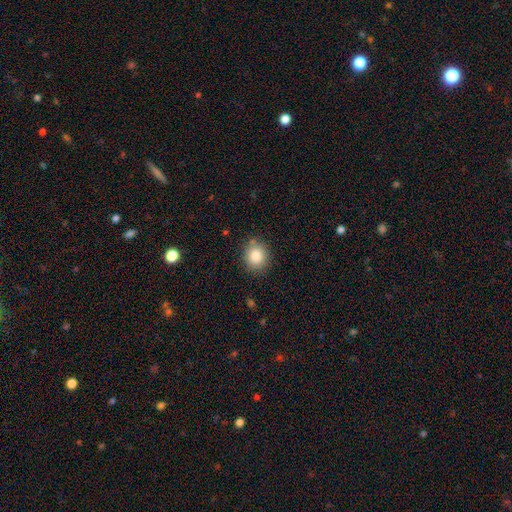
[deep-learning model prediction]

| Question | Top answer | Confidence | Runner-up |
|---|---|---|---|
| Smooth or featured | smooth | 85% | star or artifact (9%) |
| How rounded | round | 77% | in between (22%) |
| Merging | none | 83% | minor disturbance (11%) |